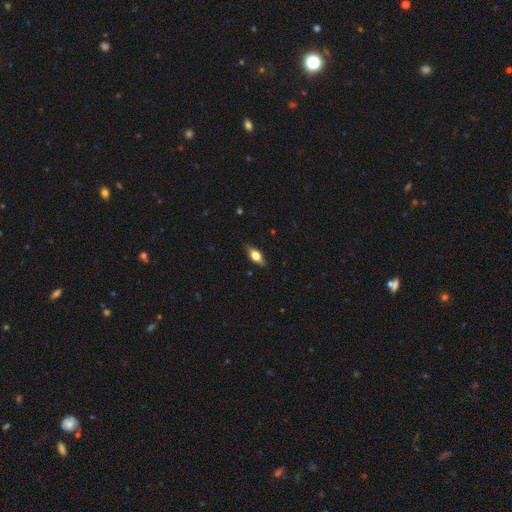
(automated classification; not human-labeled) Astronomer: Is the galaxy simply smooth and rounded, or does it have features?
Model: smooth — 63%.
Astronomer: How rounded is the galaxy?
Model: in between — 79%.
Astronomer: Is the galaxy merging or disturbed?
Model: none — 84%.